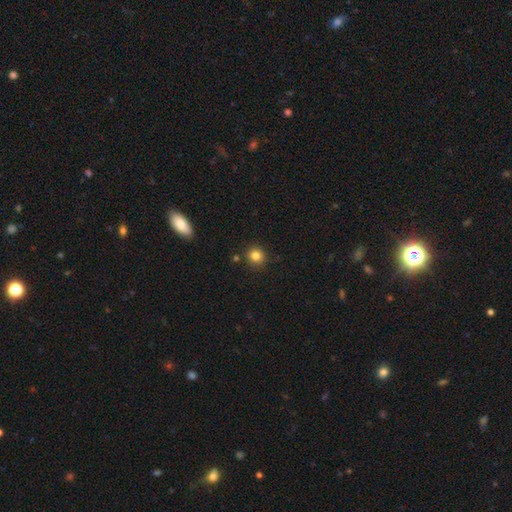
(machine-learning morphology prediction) smooth-or-featured: smooth: 83% | star or artifact: 12% | featured or disk: 5%
  how-rounded: round: 91% | in between: 8% | cigar-shaped: 1%
  merging: none: 87% | minor disturbance: 7% | merger: 3% | major disturbance: 2%